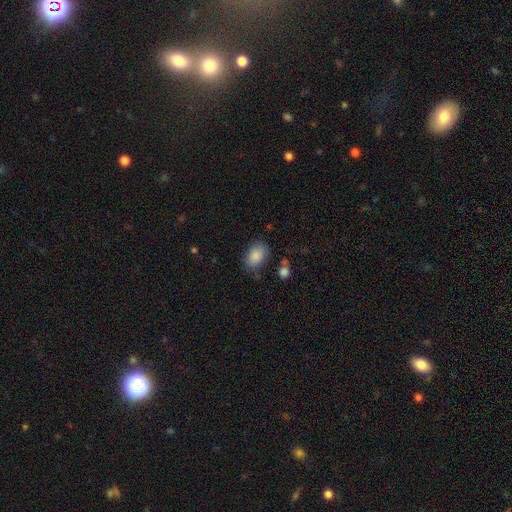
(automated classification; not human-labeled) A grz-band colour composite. It shows a smooth galaxy with no disk features (88%) that is in between round and cigar-shaped (82%). Merging: none (76%).